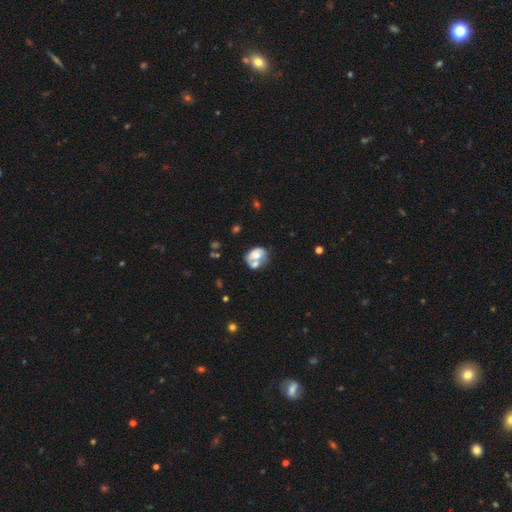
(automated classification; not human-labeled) smooth_or_featured: smooth (p=0.55) [alt: featured or disk p=0.37]
how_rounded: in between (p=0.66) [alt: round p=0.33]
merging: merger (p=0.52) [alt: none p=0.22]